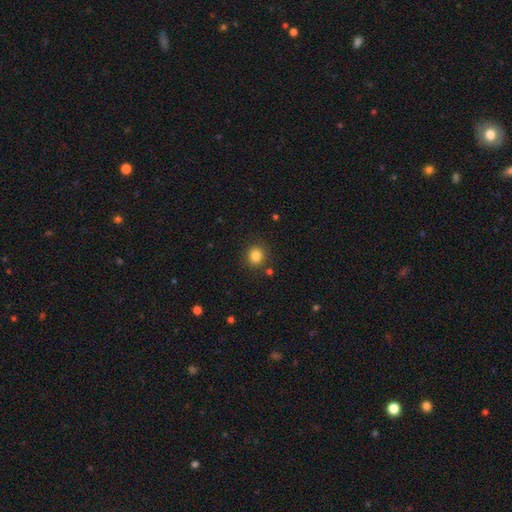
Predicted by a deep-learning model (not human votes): Smooth or featured?
  - smooth: 84% *
  - star or artifact: 11%
  - featured or disk: 5%
How rounded?
  - round: 86% *
  - in between: 13%
  - cigar-shaped: 1%
Merging?
  - none: 87% *
  - minor disturbance: 8%
  - merger: 3%
  - major disturbance: 3%